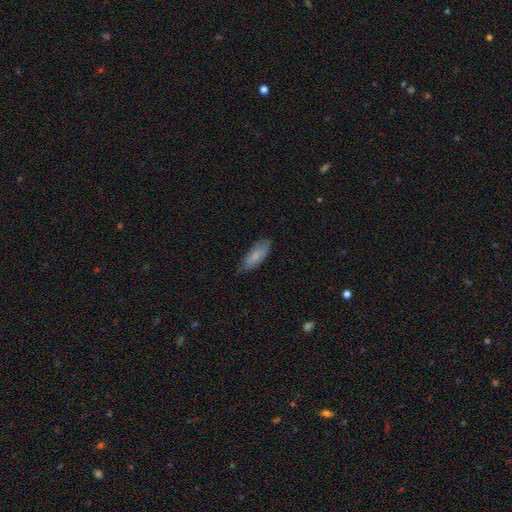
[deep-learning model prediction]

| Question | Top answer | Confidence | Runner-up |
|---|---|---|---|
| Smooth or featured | smooth | 74% | featured or disk (20%) |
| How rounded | in between | 72% | cigar-shaped (26%) |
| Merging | none | 73% | minor disturbance (22%) |